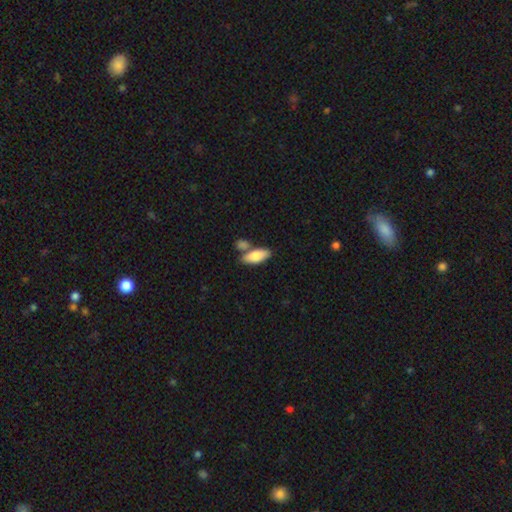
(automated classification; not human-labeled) This is likely a smooth galaxy (77%). How rounded: likely in between (79%). Merging: likely none (62%).